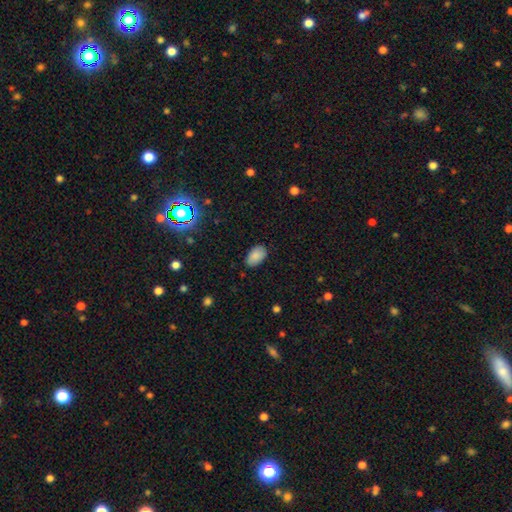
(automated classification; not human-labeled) Smooth or featured? smooth (86%)
How rounded? in between (92%)
Merging? none (85%)